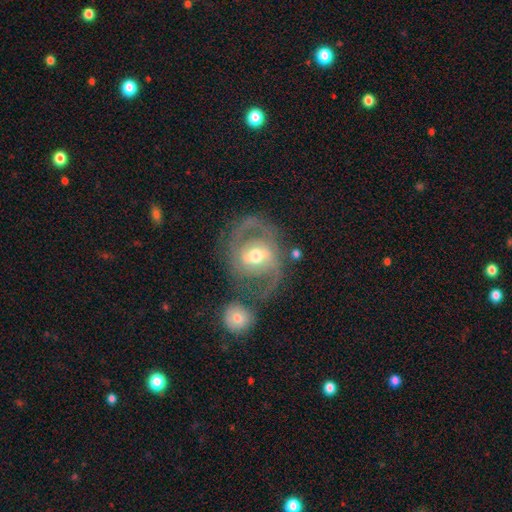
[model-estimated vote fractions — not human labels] smooth_or_featured: featured or disk (p=0.84) [alt: smooth p=0.10]
disk_edge_on: no (p=0.97) [alt: yes p=0.03]
bar: weak (p=0.42) [alt: strong p=0.30]
has_spiral_arms: yes (p=0.92) [alt: no p=0.08]
spiral_winding: medium (p=0.52) [alt: tight p=0.33]
spiral_arm_count: 2 (p=0.86) [alt: can't tell p=0.06]
bulge_size: moderate (p=0.70) [alt: small p=0.22]
merging: none (p=0.62) [alt: merger p=0.15]